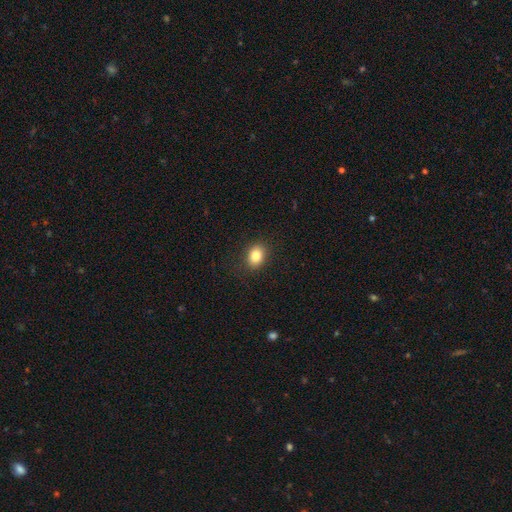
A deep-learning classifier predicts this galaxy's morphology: smooth_or_featured: smooth (p=0.85) [alt: star or artifact p=0.10]
how_rounded: in between (p=0.62) [alt: round p=0.37]
merging: none (p=0.87) [alt: minor disturbance p=0.09]